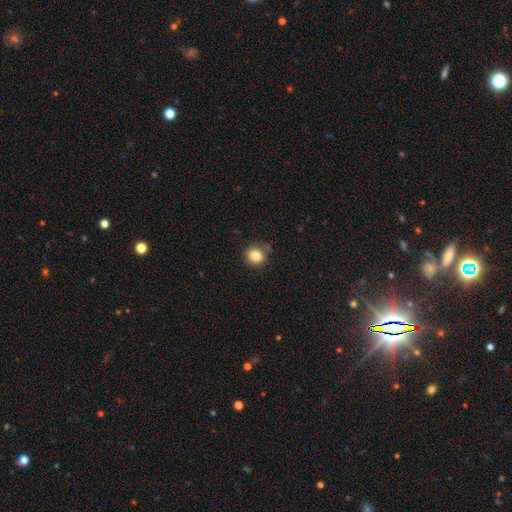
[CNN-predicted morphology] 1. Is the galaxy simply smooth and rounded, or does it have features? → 83% smooth, 11% star or artifact, 6% featured or disk.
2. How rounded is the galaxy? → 79% round, 20% in between, 1% cigar-shaped.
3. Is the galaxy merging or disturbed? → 80% none, 14% minor disturbance, 3% merger, 3% major disturbance.